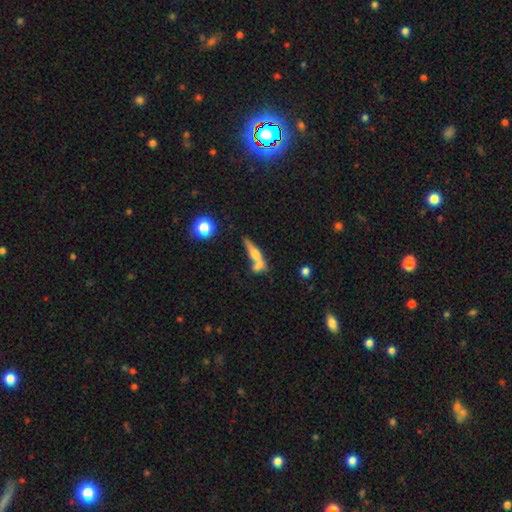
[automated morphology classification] smooth 47%, featured or disk 43%, star or artifact 10%. Down the decision tree: merging — merger (38%, tied with none).